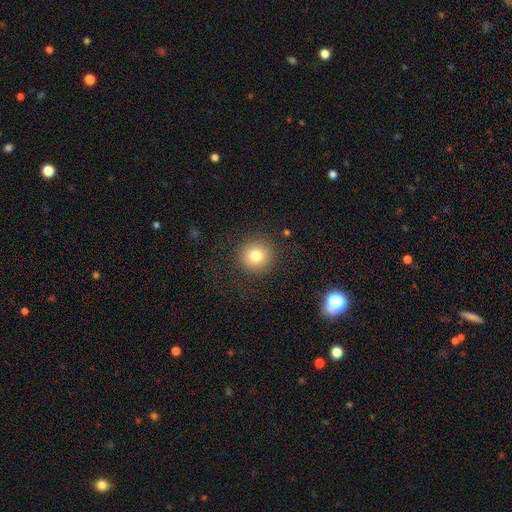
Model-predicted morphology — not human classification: type=smooth (80%); roundness=round (94%); merging=none (89%).